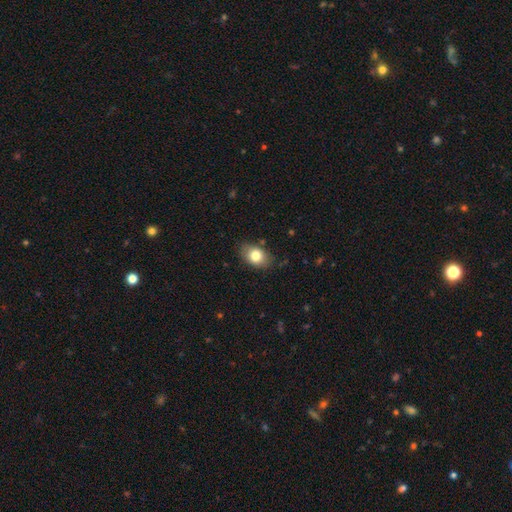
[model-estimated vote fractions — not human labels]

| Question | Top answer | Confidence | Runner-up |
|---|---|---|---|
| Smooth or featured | smooth | 80% | featured or disk (12%) |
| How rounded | in between | 81% | round (18%) |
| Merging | none | 79% | minor disturbance (16%) |